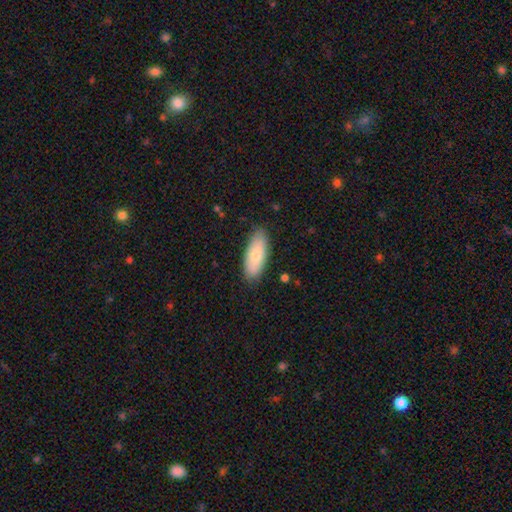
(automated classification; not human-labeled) Q: Smooth or featured?
A: smooth (76%); runner-up: featured or disk (18%)
Q: How rounded?
A: in between (76%); runner-up: cigar-shaped (22%)
Q: Merging?
A: none (85%); runner-up: minor disturbance (12%)